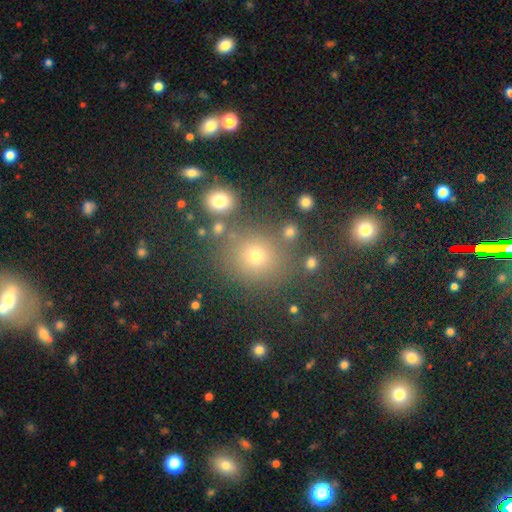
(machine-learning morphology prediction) This is likely a smooth galaxy (68%). How rounded: clearly round (82%). Merging: likely none (76%).